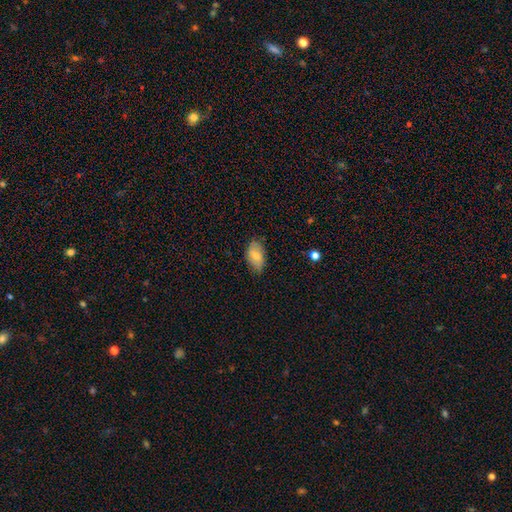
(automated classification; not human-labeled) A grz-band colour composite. It shows a smooth galaxy with no disk features (68%) that is in between round and cigar-shaped (91%). Merging: none (73%).